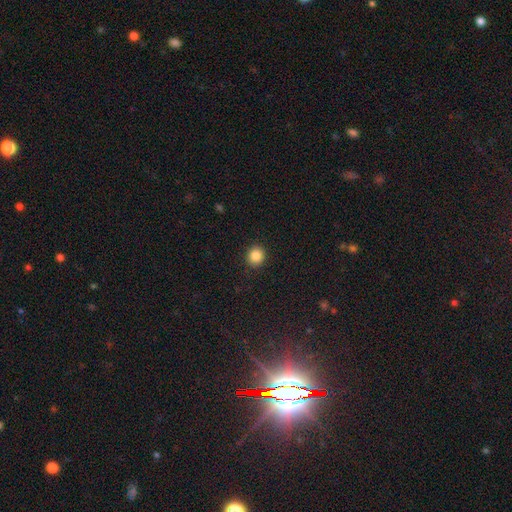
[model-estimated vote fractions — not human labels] Overall: smooth (86%). How rounded: round (84%). Merging: none (91%).